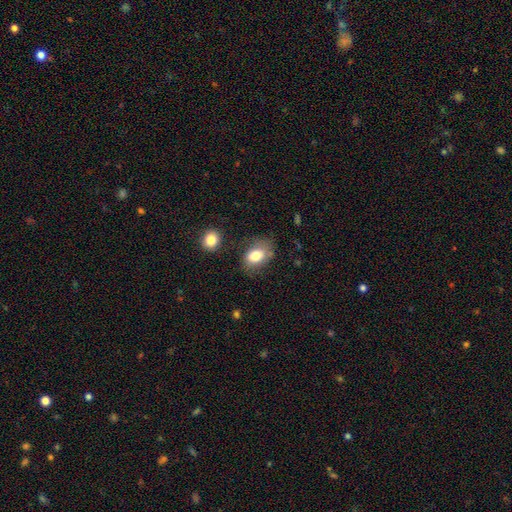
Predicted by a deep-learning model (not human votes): smooth-or-featured: smooth: 78% | featured or disk: 14% | star or artifact: 8%
  how-rounded: in between: 79% | round: 20% | cigar-shaped: 1%
  merging: none: 64% | minor disturbance: 23% | major disturbance: 9% | merger: 5%